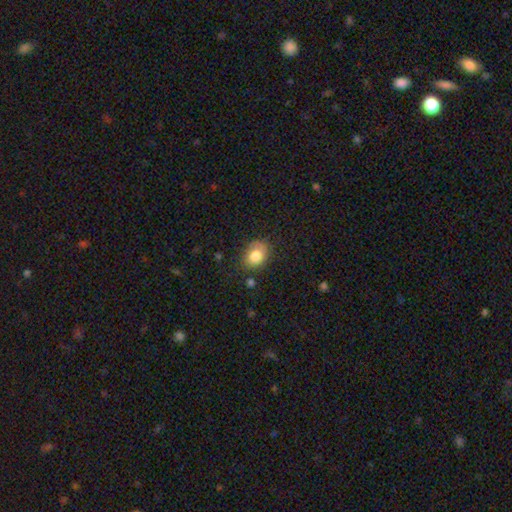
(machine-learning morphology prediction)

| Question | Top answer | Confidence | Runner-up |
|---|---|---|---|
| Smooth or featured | smooth | 82% | featured or disk (9%) |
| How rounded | in between | 61% | round (38%) |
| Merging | none | 71% | minor disturbance (20%) |